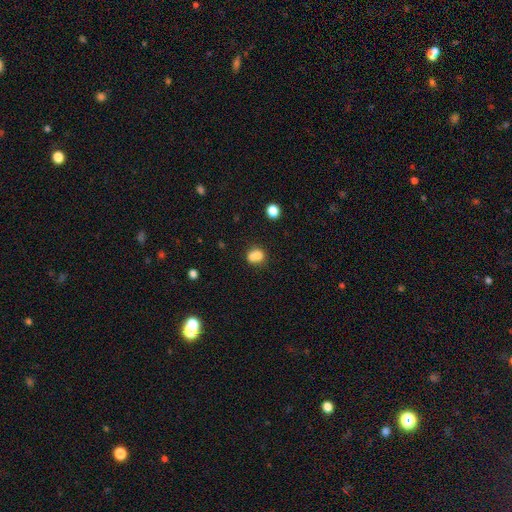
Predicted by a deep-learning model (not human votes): Smooth or featured? Predicted: smooth (p=0.73). How rounded? Predicted: round (p=0.69). Merging? Predicted: merger (p=0.57).